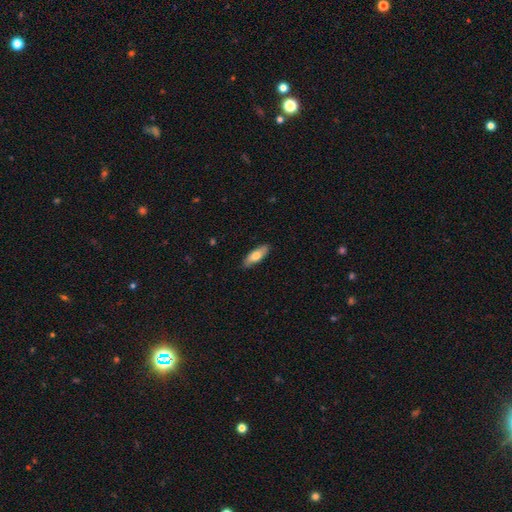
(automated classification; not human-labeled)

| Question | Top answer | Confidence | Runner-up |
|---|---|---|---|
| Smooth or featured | smooth | 74% | featured or disk (21%) |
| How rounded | in between | 64% | cigar-shaped (34%) |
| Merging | none | 87% | minor disturbance (10%) |